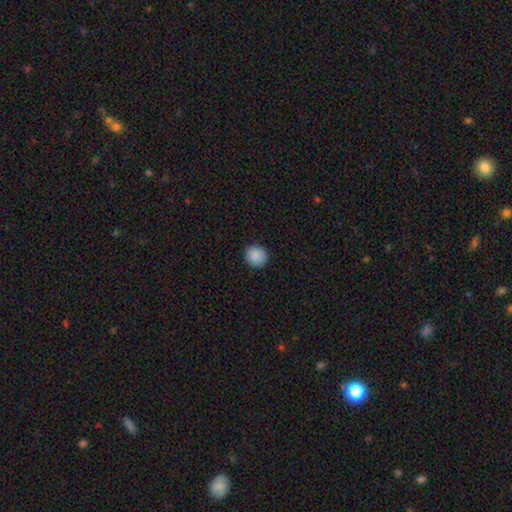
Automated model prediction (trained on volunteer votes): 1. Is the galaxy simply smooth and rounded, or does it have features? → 89% smooth, 8% star or artifact, 3% featured or disk.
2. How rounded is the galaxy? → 94% round, 5% in between, 1% cigar-shaped.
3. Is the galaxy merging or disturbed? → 92% none, 5% minor disturbance, 2% major disturbance, 1% merger.